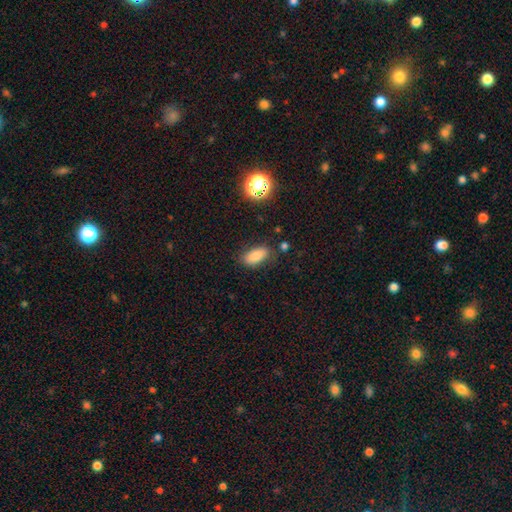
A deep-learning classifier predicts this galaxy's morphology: Smooth or featured? Predicted: smooth (p=0.81). How rounded? Predicted: in between (p=0.88). Merging? Predicted: none (p=0.80).